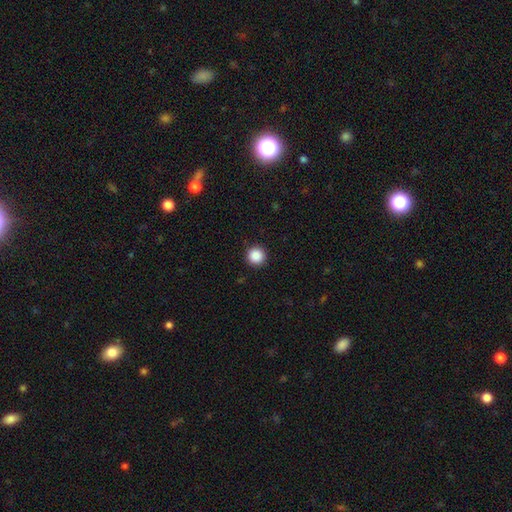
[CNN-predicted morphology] Smooth or featured? Predicted: smooth (p=0.88). How rounded? Predicted: round (p=0.96). Merging? Predicted: none (p=0.93).